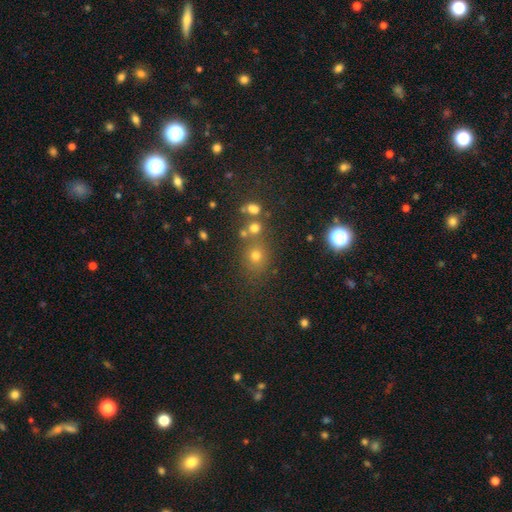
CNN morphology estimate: This appears to be a smooth galaxy with no disk features (68%) that is round (78%). Merging: none (65%).